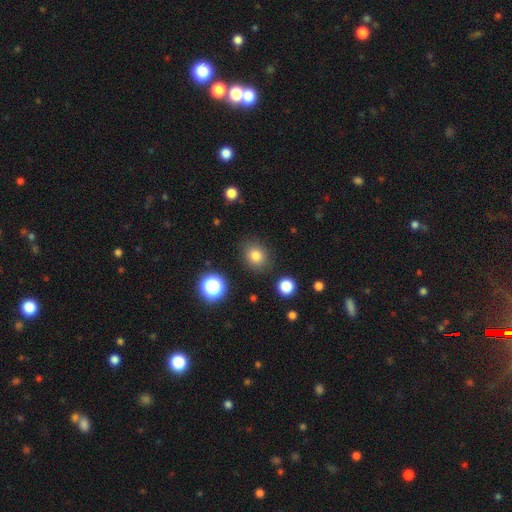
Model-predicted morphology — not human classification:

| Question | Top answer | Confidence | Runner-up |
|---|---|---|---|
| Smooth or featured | smooth | 80% | star or artifact (13%) |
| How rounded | round | 69% | in between (30%) |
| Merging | none | 85% | minor disturbance (9%) |